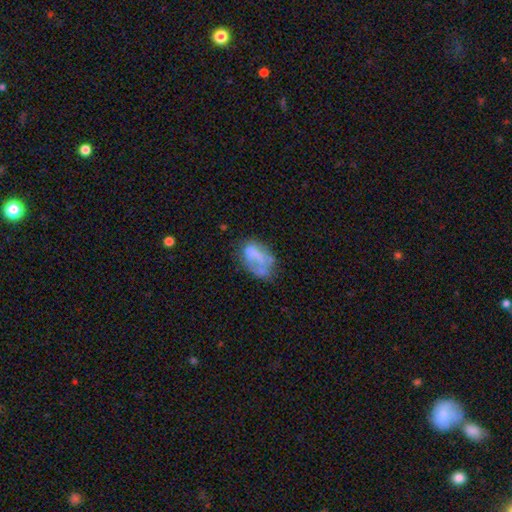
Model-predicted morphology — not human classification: type=smooth (48%); merging=none (39%).